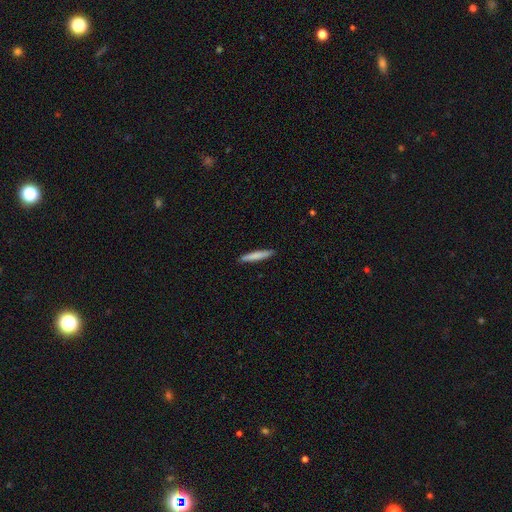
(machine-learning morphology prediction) smooth 77%, featured or disk 17%, star or artifact 5%. Down the decision tree: how rounded — cigar-shaped (94%); merging — none (90%).